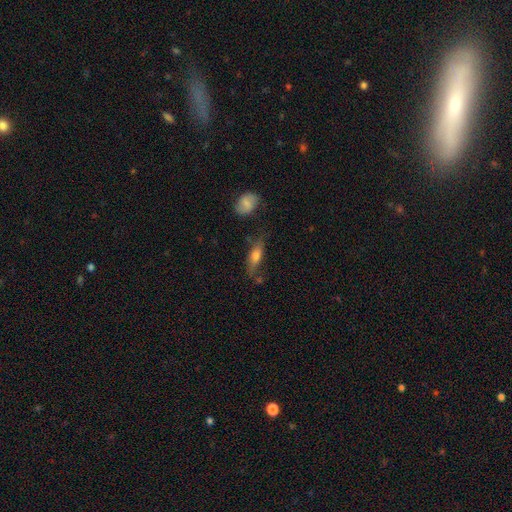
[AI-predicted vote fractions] smooth 65%, featured or disk 27%, star or artifact 8%. Down the decision tree: how rounded — in between (56%); merging — none (65%).